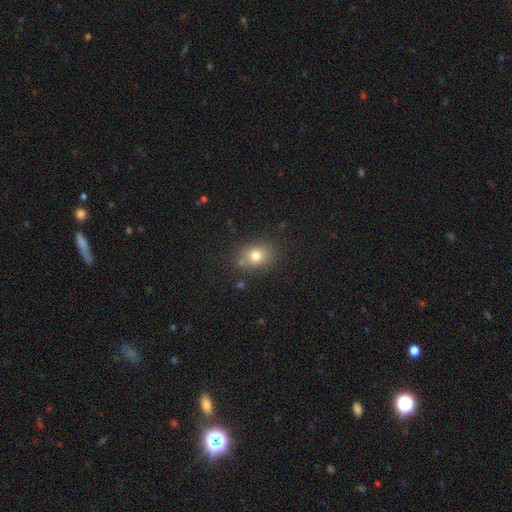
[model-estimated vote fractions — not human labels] smooth 78%, star or artifact 12%, featured or disk 10%. Down the decision tree: how rounded — in between (55%); merging — none (79%).